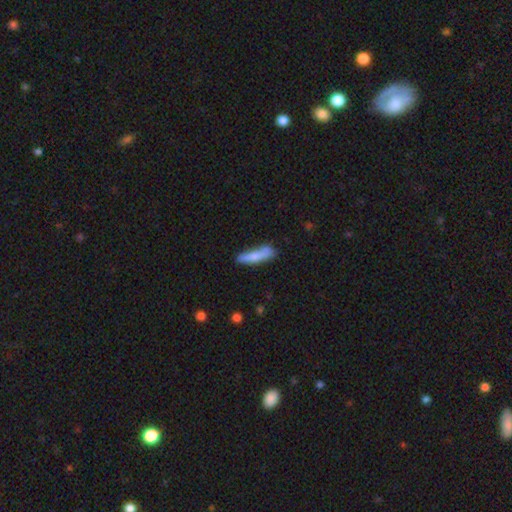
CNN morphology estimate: A smooth galaxy with no disk features (72%) that is cigar-shaped (80%). Merging: none (60%).